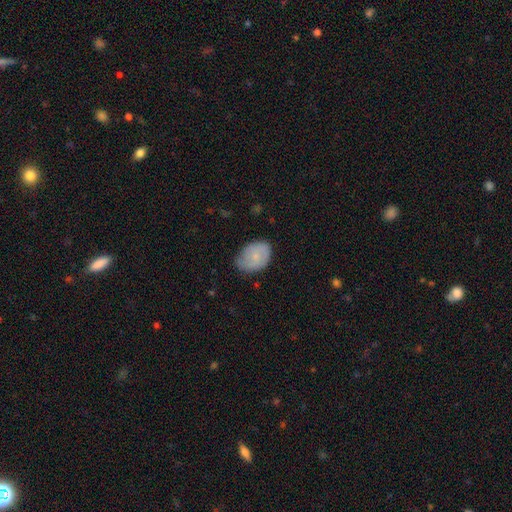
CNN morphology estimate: Smooth or featured? smooth (69%)
How rounded? in between (78%)
Merging? none (65%)